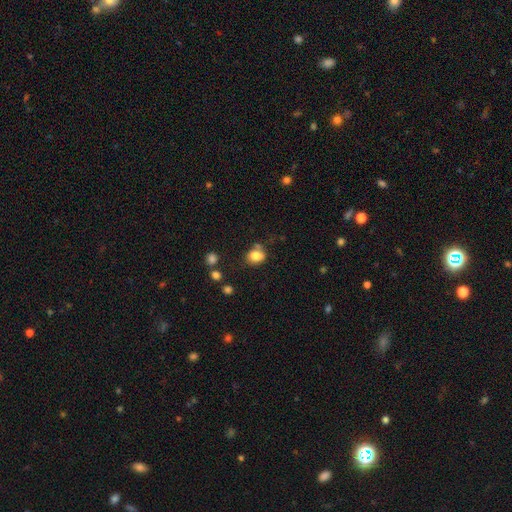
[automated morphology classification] smooth-or-featured: smooth: 81% | star or artifact: 10% | featured or disk: 9%
  how-rounded: round: 52% | in between: 47% | cigar-shaped: 1%
  merging: none: 63% | minor disturbance: 19% | merger: 12% | major disturbance: 5%